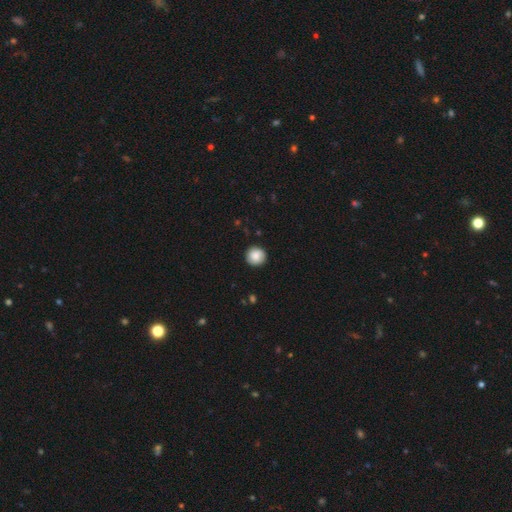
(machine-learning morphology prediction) This appears to be a smooth galaxy with no disk features (86%) that is round (94%). Merging: none (90%).